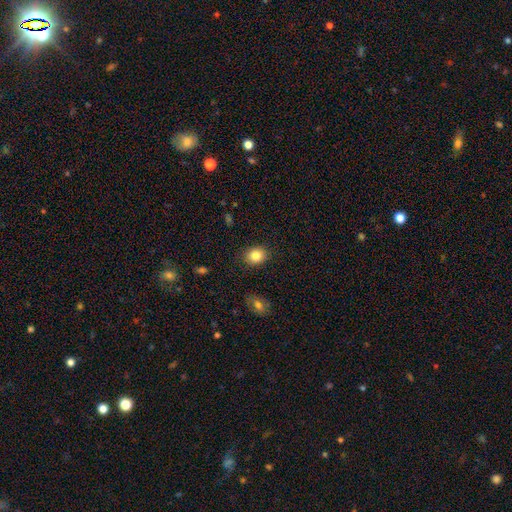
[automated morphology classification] Smooth or featured: smooth — 83% (star or artifact — 10%)
How rounded: round — 56% (in between — 43%)
Merging: none — 88% (minor disturbance — 9%)